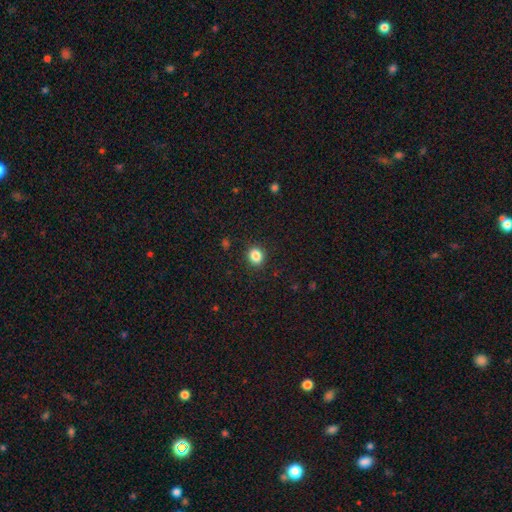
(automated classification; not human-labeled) A smooth galaxy with no disk features (85%) that is round (73%). Merging: none (89%).